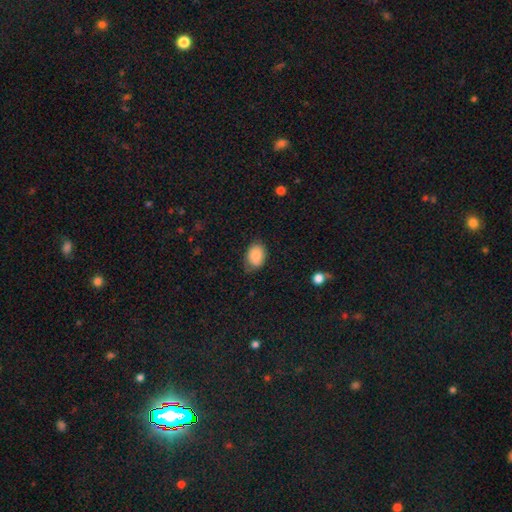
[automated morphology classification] The model was most divided on "merging": none: 71%, minor disturbance: 23%, major disturbance: 5%, merger: 1%. More confident: smooth or featured — smooth (87%); how rounded — in between (78%).